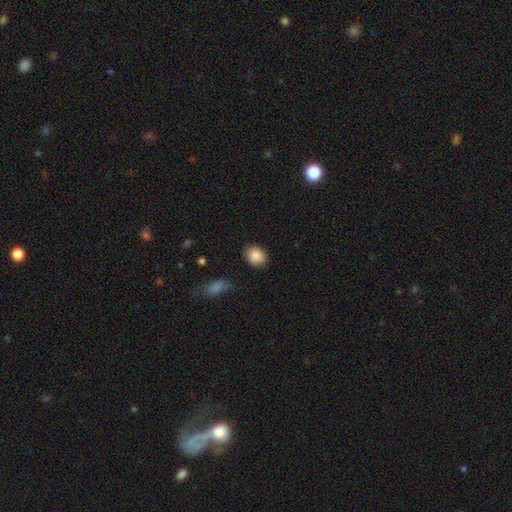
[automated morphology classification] Smooth or featured? Predicted: smooth (p=0.88). How rounded? Predicted: round (p=0.50). Merging? Predicted: none (p=0.82).